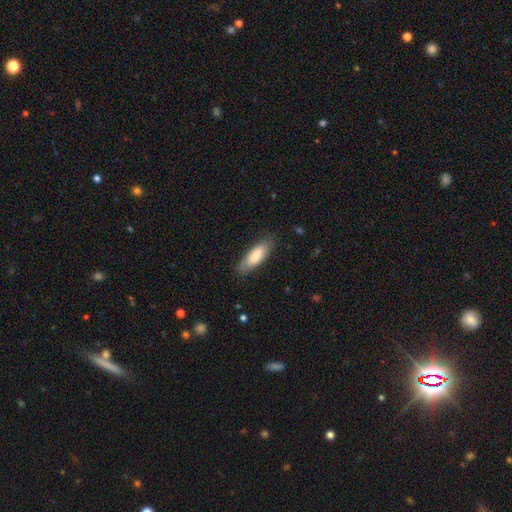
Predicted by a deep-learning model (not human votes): Morphology: type=smooth (82%); roundness=in between (62%); merging=none (81%).